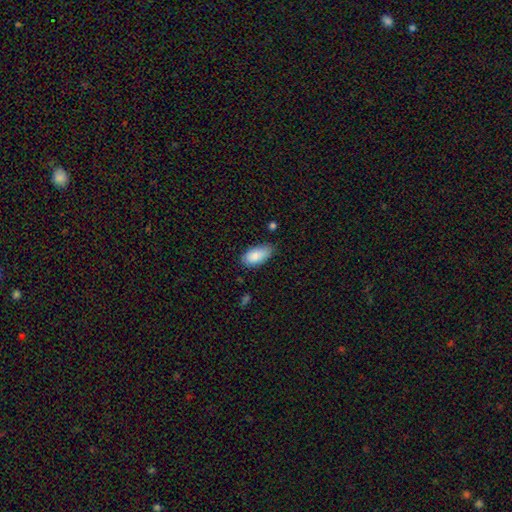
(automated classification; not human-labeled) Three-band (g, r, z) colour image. It shows a smooth galaxy with no disk features (87%) that is in between round and cigar-shaped (93%). Merging: none (70%).